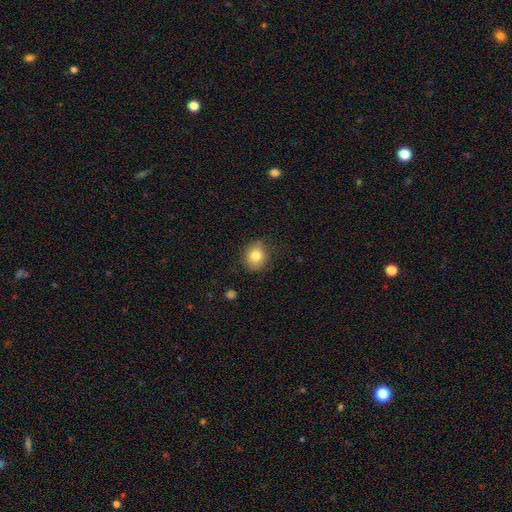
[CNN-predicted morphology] Overall: smooth (82%). How rounded: round (65%; in between 34%). Merging: none (83%).